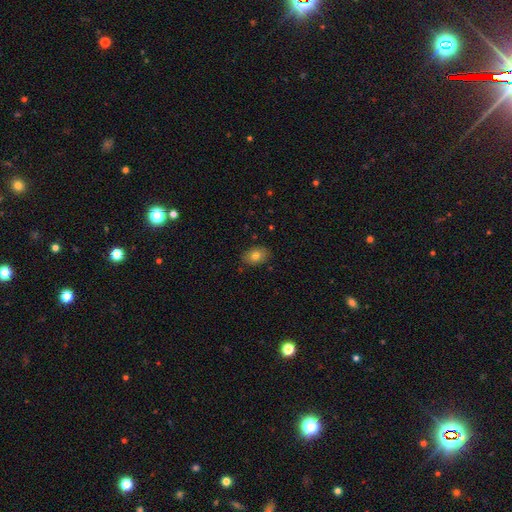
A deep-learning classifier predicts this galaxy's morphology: smooth-or-featured: smooth: 79% | featured or disk: 12% | star or artifact: 9%
  how-rounded: in between: 81% | round: 18% | cigar-shaped: 1%
  merging: none: 87% | minor disturbance: 10% | major disturbance: 2% | merger: 1%